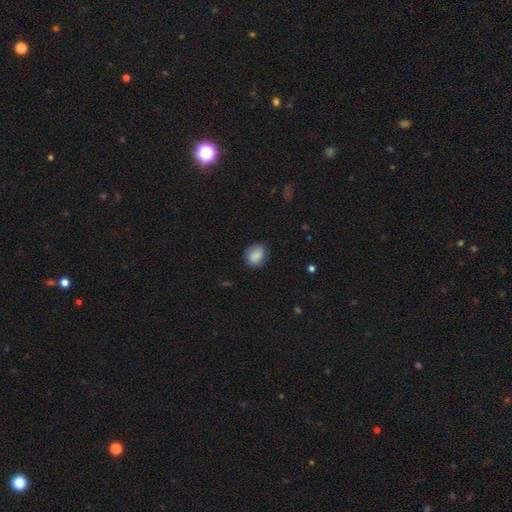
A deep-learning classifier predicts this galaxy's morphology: Overall: smooth (87%). How rounded: round (54%; in between 44%). Merging: none (79%).